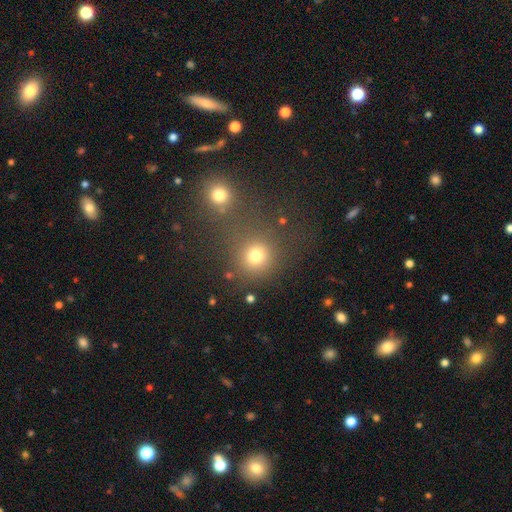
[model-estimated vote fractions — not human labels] Smooth or featured: smooth — 75% (star or artifact — 17%)
How rounded: round — 88% (in between — 10%)
Merging: none — 67% (merger — 19%)